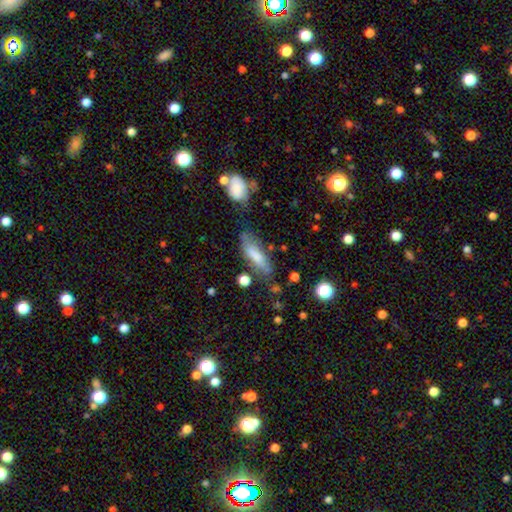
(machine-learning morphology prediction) The model was most divided on "how rounded": in between: 50%, cigar-shaped: 48%, round: 2%. More confident: smooth or featured — smooth (73%); merging — none (59%).